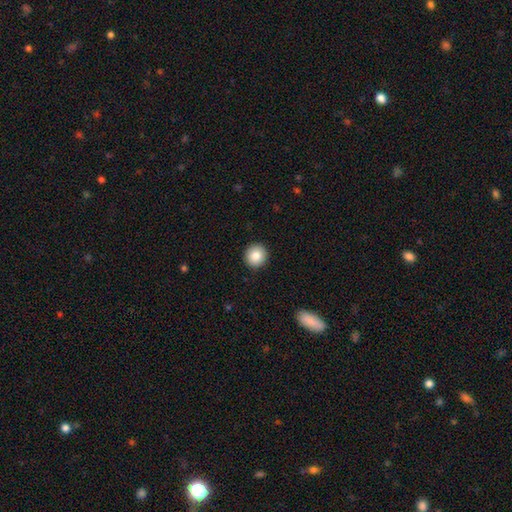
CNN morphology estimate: Smooth or featured: smooth — 84% (star or artifact — 9%)
How rounded: round — 93% (in between — 6%)
Merging: none — 93% (minor disturbance — 5%)